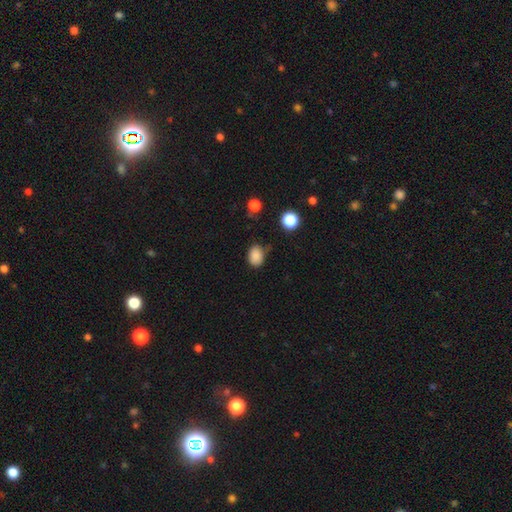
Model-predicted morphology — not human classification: Smooth or featured?
  - smooth: 86% *
  - star or artifact: 10%
  - featured or disk: 4%
How rounded?
  - in between: 66% *
  - round: 33%
  - cigar-shaped: 1%
Merging?
  - none: 71% *
  - minor disturbance: 21%
  - major disturbance: 4%
  - merger: 3%